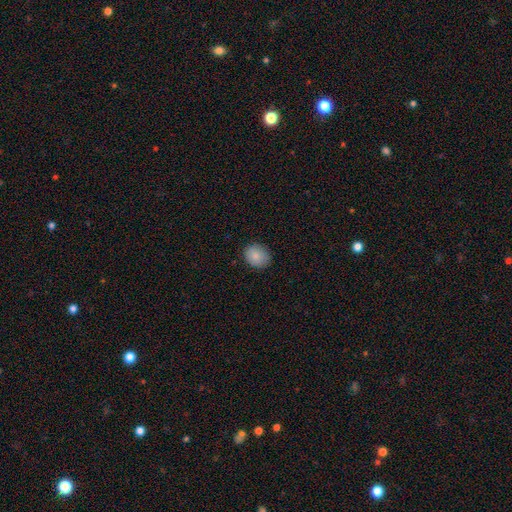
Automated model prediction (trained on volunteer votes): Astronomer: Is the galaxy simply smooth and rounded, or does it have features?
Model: smooth — 85%.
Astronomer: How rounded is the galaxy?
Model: round — 62%.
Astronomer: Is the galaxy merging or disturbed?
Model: none — 87%.